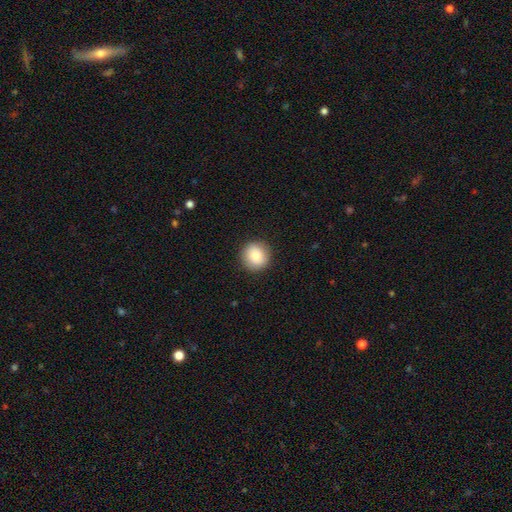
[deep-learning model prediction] smooth_or_featured: smooth (p=0.82) [alt: featured or disk p=0.10]
how_rounded: round (p=0.93) [alt: in between p=0.06]
merging: none (p=0.91) [alt: minor disturbance p=0.06]